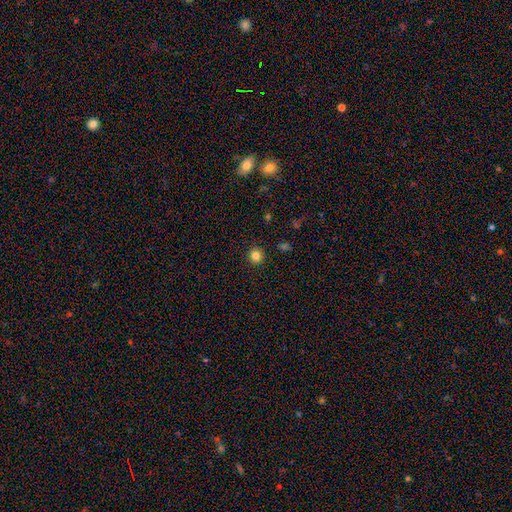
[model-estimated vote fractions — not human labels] Smooth or featured? smooth (83%)
How rounded? round (94%)
Merging? none (92%)